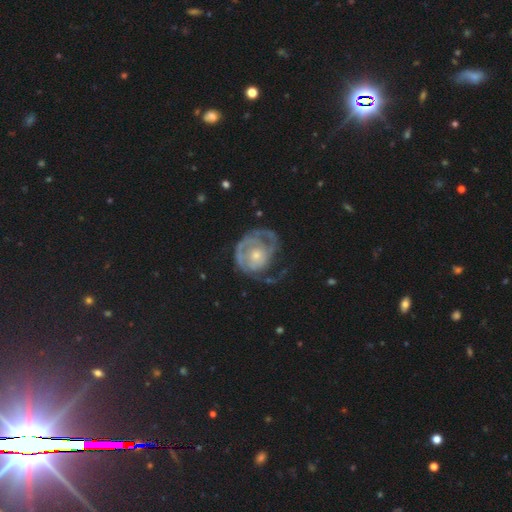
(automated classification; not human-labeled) featured or disk 76%, smooth 19%, star or artifact 6%. Down the decision tree: edge-on disk — no (98%); bar — no (81%); spiral arms — yes (77%); spiral arm count — can't tell (33%); spiral winding — tight (57%); bulge size — small (51%); merging — none (39%).